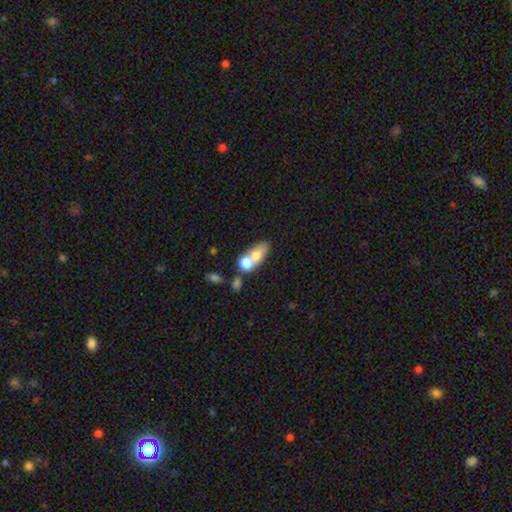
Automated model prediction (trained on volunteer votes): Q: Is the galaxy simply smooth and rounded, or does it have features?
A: smooth — 68%.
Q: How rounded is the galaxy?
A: in between — 70%.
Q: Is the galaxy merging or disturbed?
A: merger — 64%.